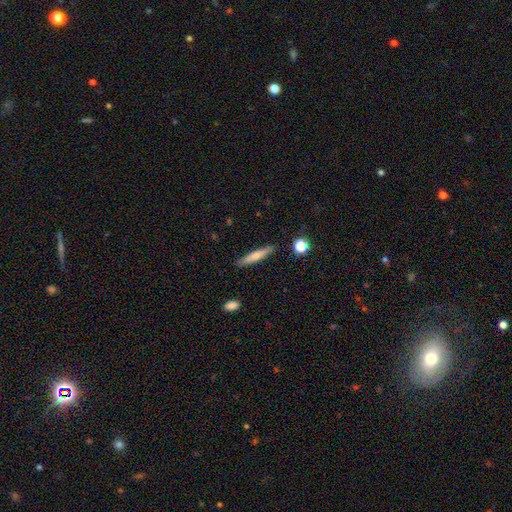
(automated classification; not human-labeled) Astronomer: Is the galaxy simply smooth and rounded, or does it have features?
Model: smooth — 59%.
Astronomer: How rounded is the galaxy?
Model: cigar-shaped — 91%.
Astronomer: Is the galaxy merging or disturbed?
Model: none — 88%.